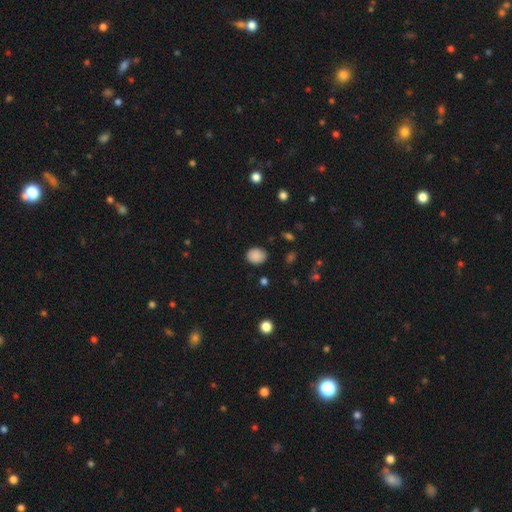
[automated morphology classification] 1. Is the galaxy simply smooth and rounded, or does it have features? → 87% smooth, 9% star or artifact, 4% featured or disk.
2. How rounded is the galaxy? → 55% round, 44% in between, 1% cigar-shaped.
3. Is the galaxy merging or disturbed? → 84% none, 12% minor disturbance, 3% major disturbance, 1% merger.